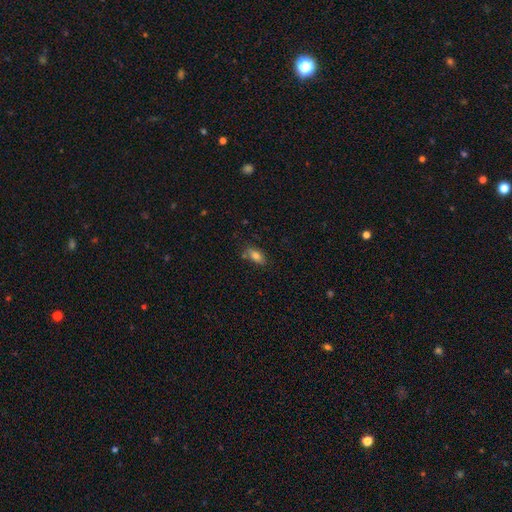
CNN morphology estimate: smooth_or_featured: smooth (p=0.78) [alt: featured or disk p=0.13]
how_rounded: in between (p=0.89) [alt: cigar-shaped p=0.07]
merging: none (p=0.73) [alt: minor disturbance p=0.17]